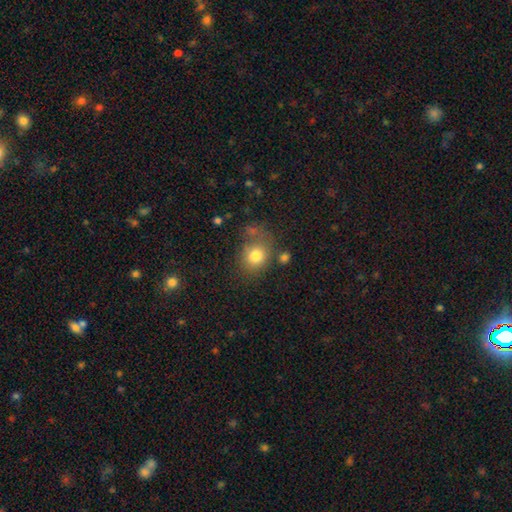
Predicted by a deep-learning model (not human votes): Smooth or featured? smooth (79%)
How rounded? round (65%)
Merging? none (57%)